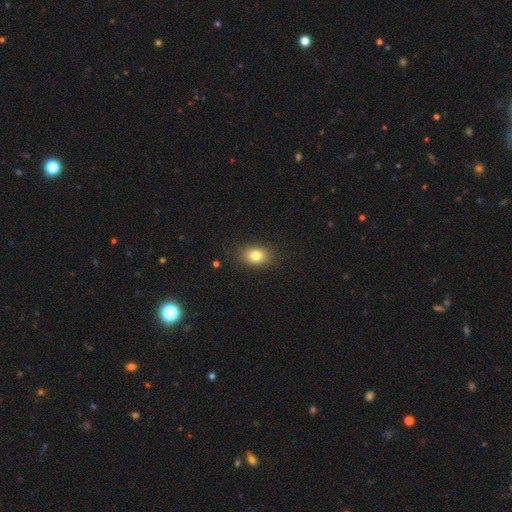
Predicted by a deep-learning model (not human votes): A smooth galaxy with no disk features (80%) that is in between round and cigar-shaped (71%).

Vote fractions:
- Smooth or featured? smooth: 80% / star or artifact: 10% / featured or disk: 9%
- How rounded? in between: 71% / round: 27% / cigar-shaped: 1%
- Merging? none: 86% / minor disturbance: 10% / major disturbance: 3% / merger: 1%